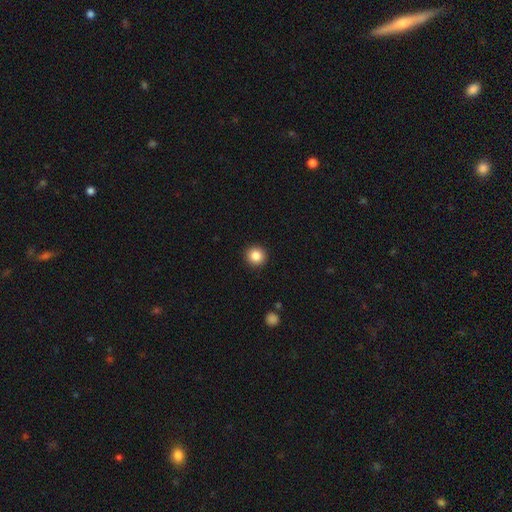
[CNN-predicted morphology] Overall: smooth (85%). How rounded: round (94%). Merging: none (93%).